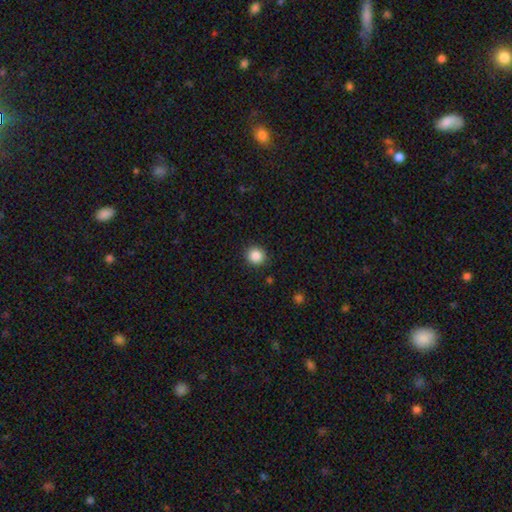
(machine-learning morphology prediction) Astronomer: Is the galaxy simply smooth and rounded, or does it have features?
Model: smooth — 87%.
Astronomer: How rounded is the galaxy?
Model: round — 91%.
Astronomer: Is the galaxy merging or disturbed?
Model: none — 90%.